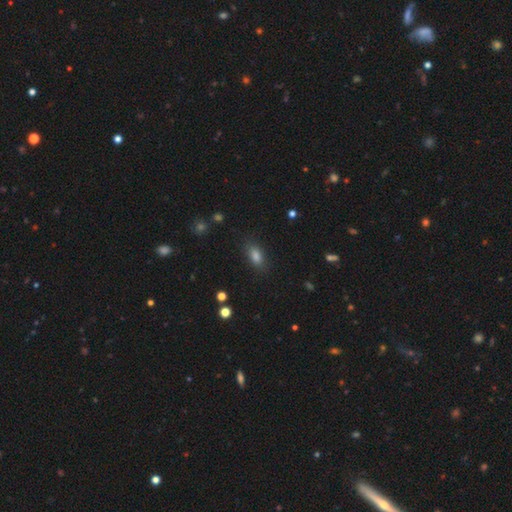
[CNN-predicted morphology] Smooth or featured?
  - smooth: 78% *
  - star or artifact: 15%
  - featured or disk: 7%
How rounded?
  - in between: 82% *
  - cigar-shaped: 9%
  - round: 9%
Merging?
  - none: 85% *
  - minor disturbance: 10%
  - major disturbance: 4%
  - merger: 1%